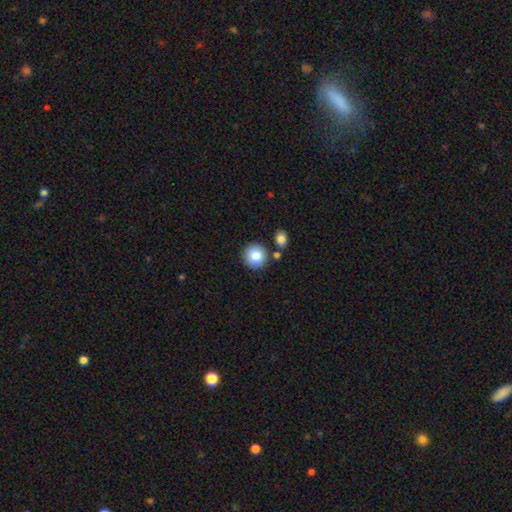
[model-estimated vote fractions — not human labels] Overall: smooth (86%). How rounded: round (92%). Merging: none (81%).